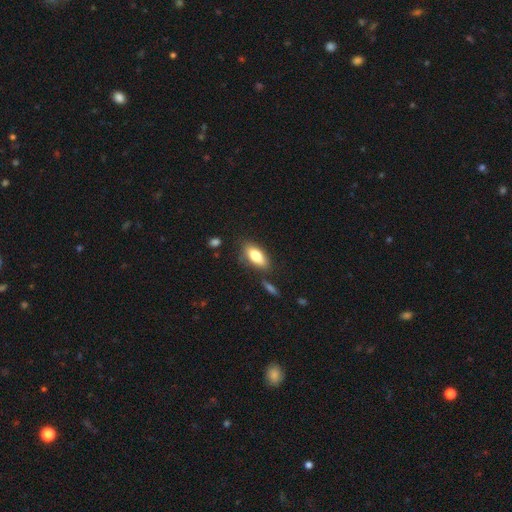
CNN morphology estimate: This appears to be a smooth galaxy with no disk features (78%) that is in between round and cigar-shaped (87%). Merging: none (77%).